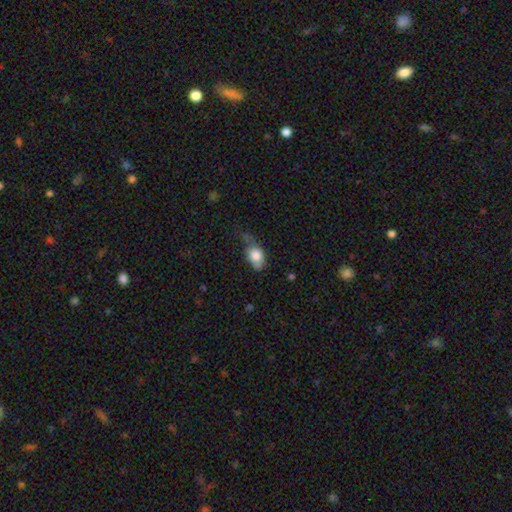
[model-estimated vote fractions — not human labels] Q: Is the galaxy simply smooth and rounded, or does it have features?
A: smooth — 79%.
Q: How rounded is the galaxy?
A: in between — 79%.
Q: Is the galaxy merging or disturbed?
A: minor disturbance — 40%.